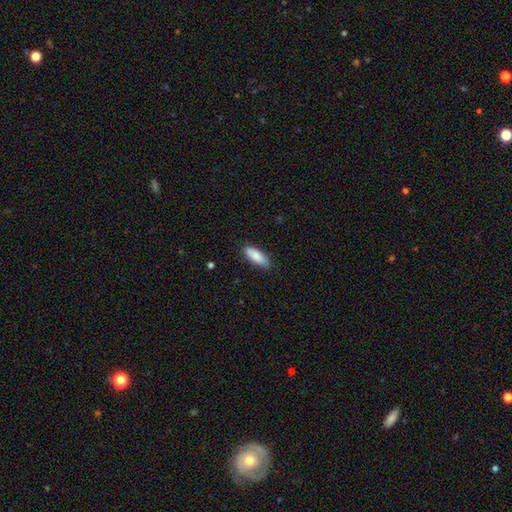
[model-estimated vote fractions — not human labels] This is clearly a smooth galaxy (86%). How rounded: likely in between (63%). Merging: clearly none (85%).